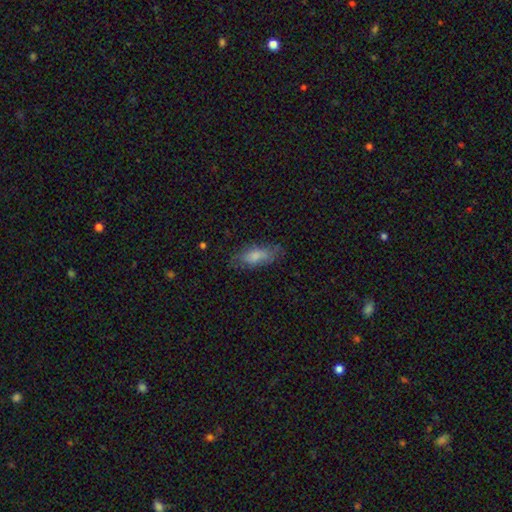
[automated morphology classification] The model was most divided on "merging": none: 66%, minor disturbance: 24%, major disturbance: 8%, merger: 2%. More confident: how rounded — in between (76%); smooth or featured — smooth (75%).